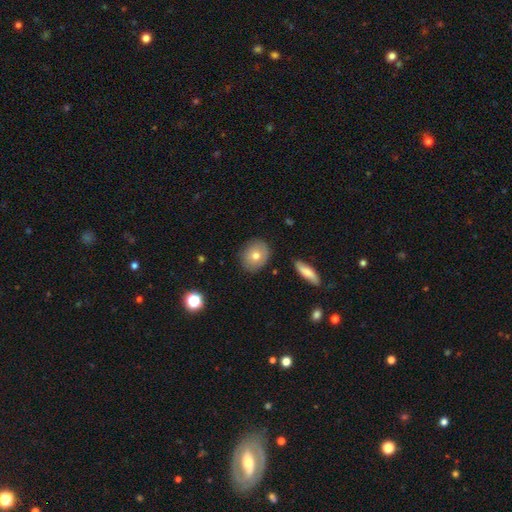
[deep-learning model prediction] Morphology: type=smooth (72%); roundness=round (60%); merging=none (85%).